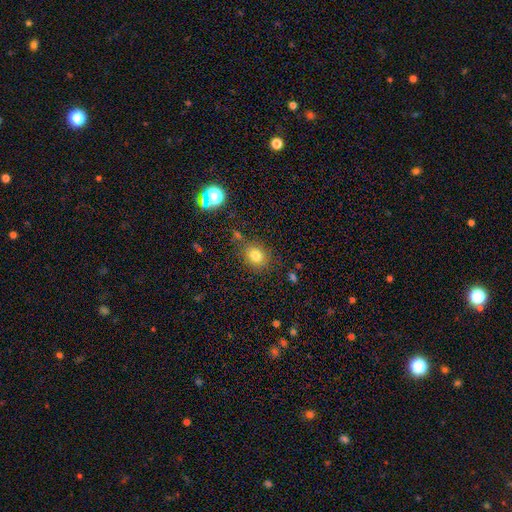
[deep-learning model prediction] Smooth or featured? smooth (78%)
How rounded? round (59%)
Merging? none (79%)